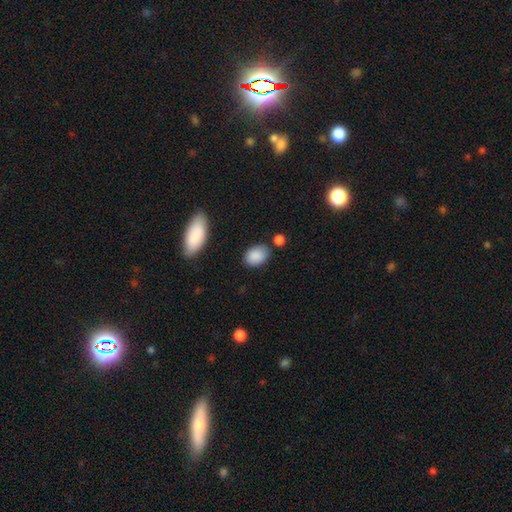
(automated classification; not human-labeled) This appears to be a smooth galaxy with no disk features (89%) that is in between round and cigar-shaped (83%). Merging: none (74%).